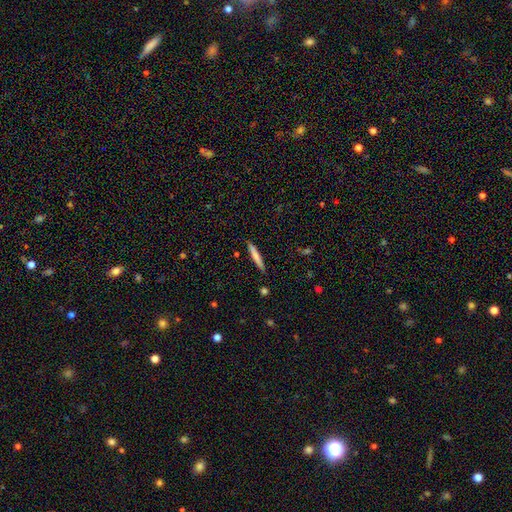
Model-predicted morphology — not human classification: Smooth or featured? Predicted: smooth (p=0.72). How rounded? Predicted: cigar-shaped (p=0.95). Merging? Predicted: none (p=0.89).